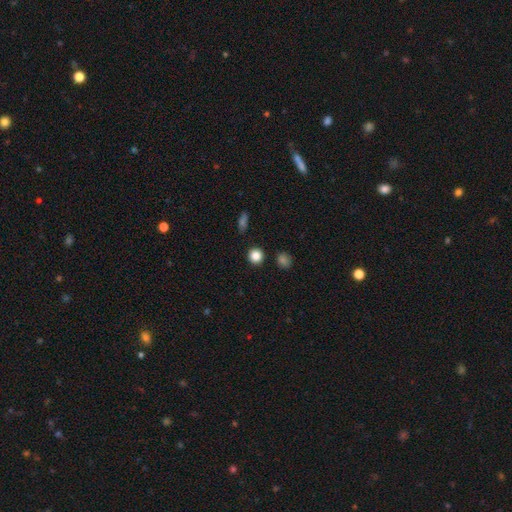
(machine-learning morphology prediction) smooth-or-featured: smooth: 85% | star or artifact: 11% | featured or disk: 4%
  how-rounded: round: 91% | in between: 8% | cigar-shaped: 1%
  merging: none: 90% | minor disturbance: 6% | merger: 3% | major disturbance: 2%